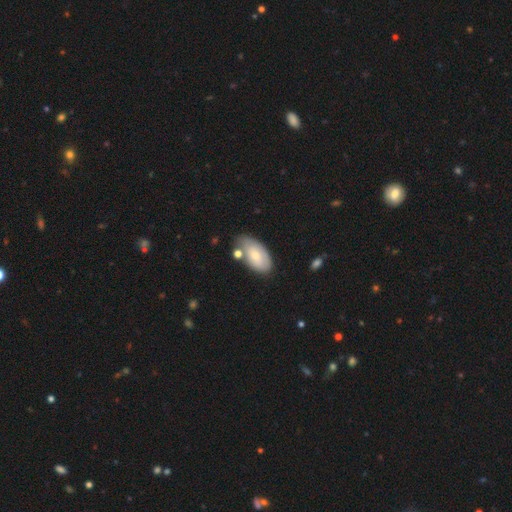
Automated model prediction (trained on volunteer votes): Smooth or featured: smooth — 70% (featured or disk — 24%)
How rounded: in between — 94% (round — 3%)
Merging: none — 61% (minor disturbance — 22%)